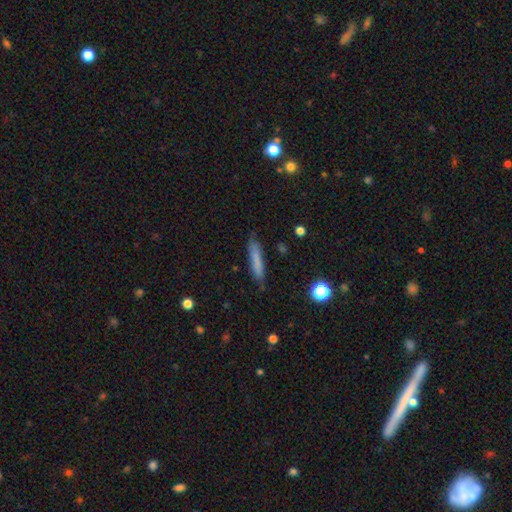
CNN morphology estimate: The model was most divided on "smooth or featured": smooth: 75%, featured or disk: 17%, star or artifact: 8%. More confident: how rounded — cigar-shaped (92%); merging — none (85%).